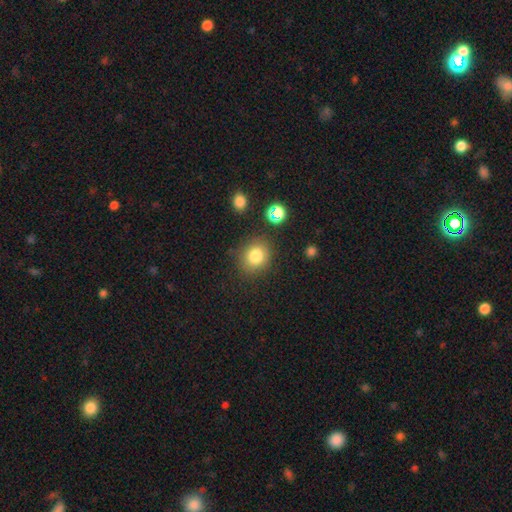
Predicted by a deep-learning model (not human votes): smooth_or_featured: smooth (p=0.80) [alt: star or artifact p=0.12]
how_rounded: round (p=0.72) [alt: in between p=0.27]
merging: none (p=0.81) [alt: minor disturbance p=0.12]